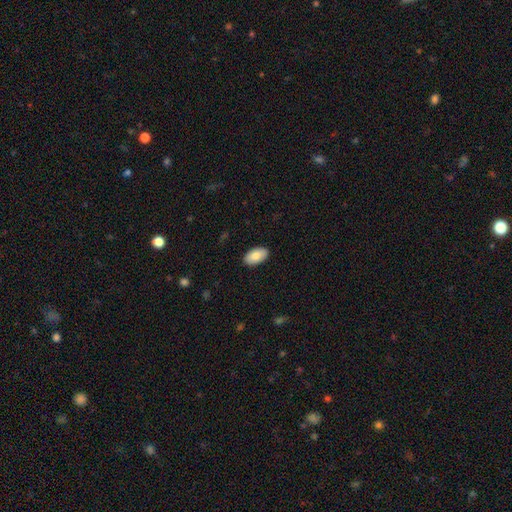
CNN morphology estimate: Smooth or featured: smooth — 84% (featured or disk — 10%)
How rounded: in between — 95% (round — 3%)
Merging: none — 89% (minor disturbance — 8%)